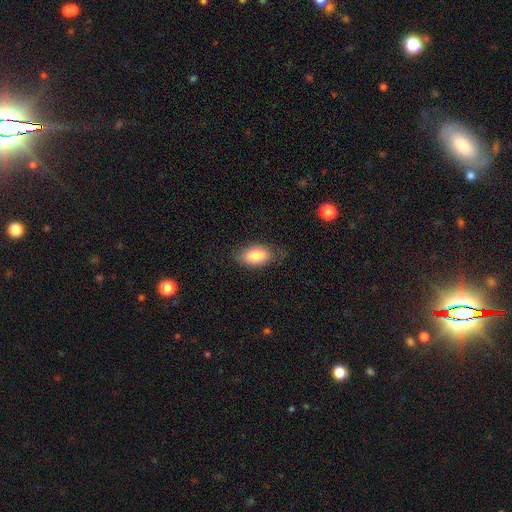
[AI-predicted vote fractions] This is clearly a smooth galaxy (83%). How rounded: clearly in between (92%). Merging: likely none (74%).